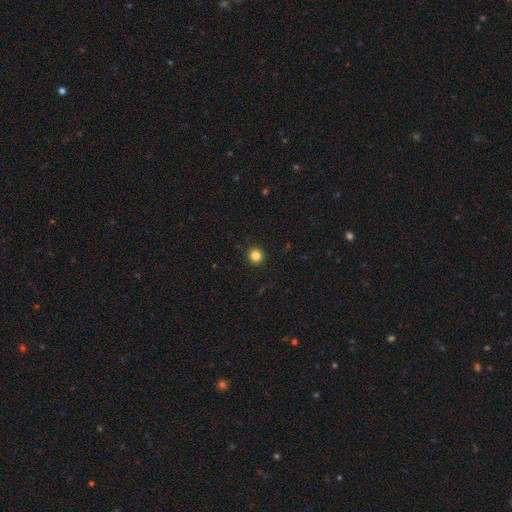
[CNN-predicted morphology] Overall: smooth (84%). How rounded: round (93%). Merging: none (93%).